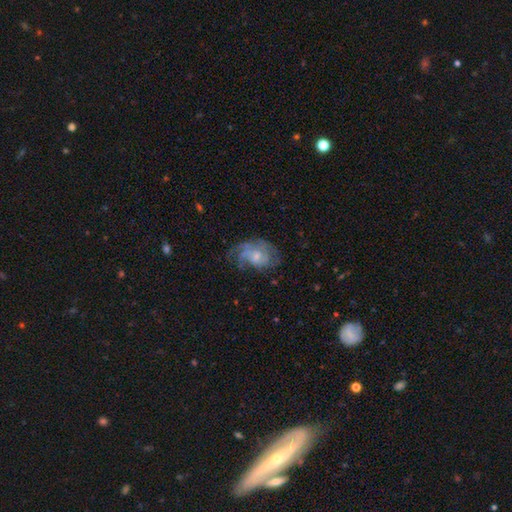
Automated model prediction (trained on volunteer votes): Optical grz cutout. It shows a featured or disk galaxy (69%) with no bar (65%), medium (39%) spiral arms (83%) and a small central bulge (52%). Merging: none (49%).